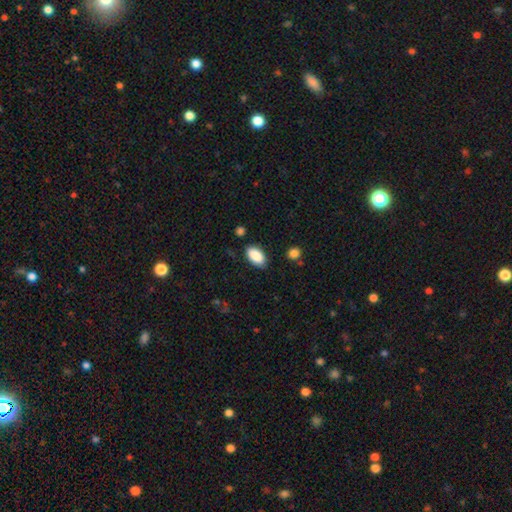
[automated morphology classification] type=smooth (89%); roundness=in between (94%); merging=none (84%).